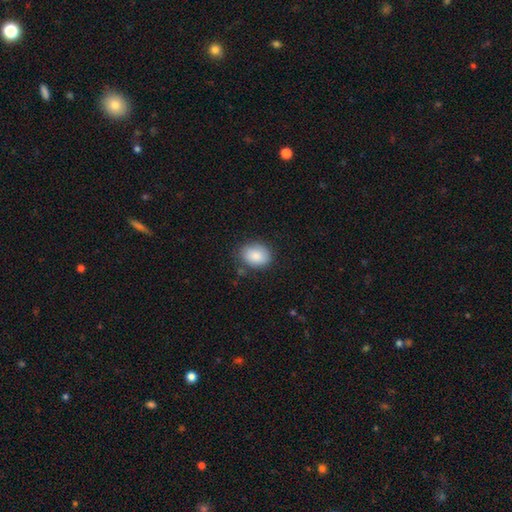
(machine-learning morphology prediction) Smooth or featured?
  - smooth: 86% *
  - star or artifact: 7%
  - featured or disk: 6%
How rounded?
  - in between: 64% *
  - round: 35%
  - cigar-shaped: 1%
Merging?
  - none: 79% *
  - minor disturbance: 16%
  - major disturbance: 4%
  - merger: 2%